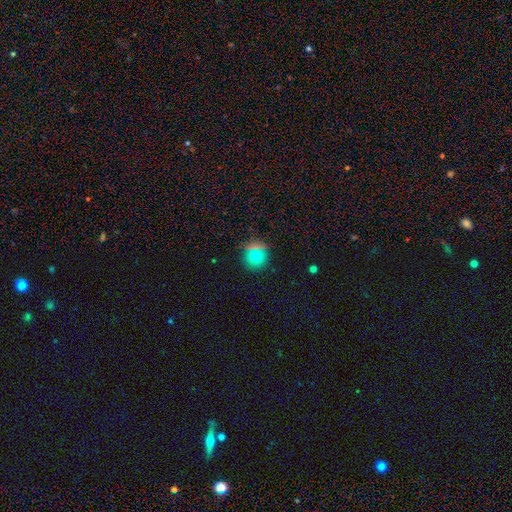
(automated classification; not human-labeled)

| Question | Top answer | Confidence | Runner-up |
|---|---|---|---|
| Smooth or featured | smooth | 73% | star or artifact (16%) |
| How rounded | round | 94% | in between (5%) |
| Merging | none | 83% | minor disturbance (9%) |